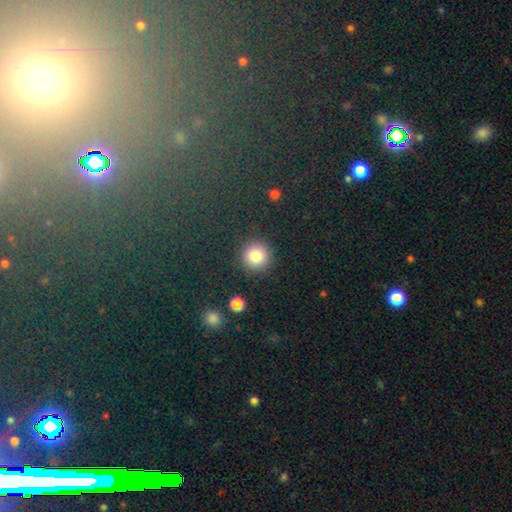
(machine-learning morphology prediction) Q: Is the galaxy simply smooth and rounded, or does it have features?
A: smooth — 84%.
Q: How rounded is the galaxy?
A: round — 93%.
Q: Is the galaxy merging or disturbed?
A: none — 87%.